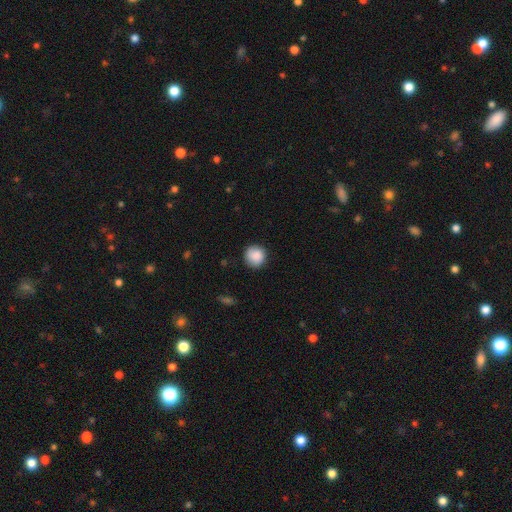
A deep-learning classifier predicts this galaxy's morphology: Smooth or featured? smooth (86%)
How rounded? round (91%)
Merging? none (82%)